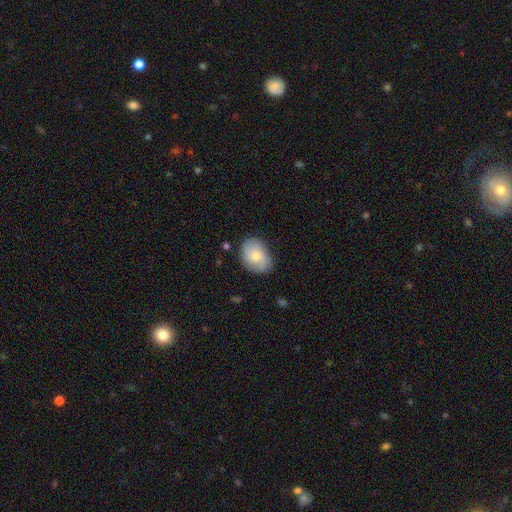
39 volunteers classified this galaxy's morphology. Smooth or featured?
  - smooth: 77% *
  - featured or disk: 13%
  - star or artifact: 10%
How rounded?
  - in between: 73% *
  - round: 27%
  - cigar-shaped: 0%
Merging?
  - none: 46% *
  - minor disturbance: 43%
  - major disturbance: 6%
  - merger: 6%